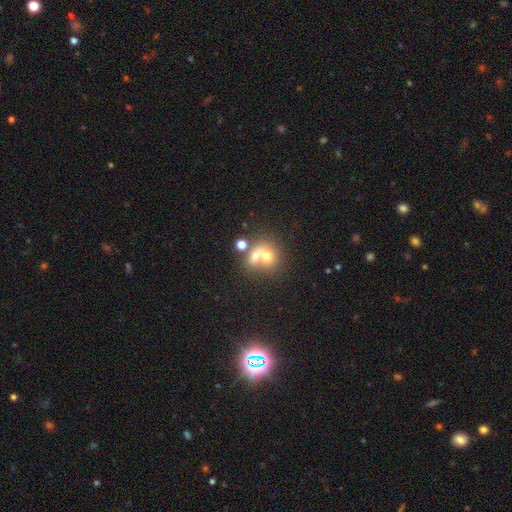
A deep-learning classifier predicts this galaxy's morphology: Smooth or featured?
  - smooth: 64% *
  - featured or disk: 23%
  - star or artifact: 14%
How rounded?
  - round: 70% *
  - in between: 29%
  - cigar-shaped: 1%
Merging?
  - merger: 59% *
  - none: 28%
  - minor disturbance: 7%
  - major disturbance: 5%